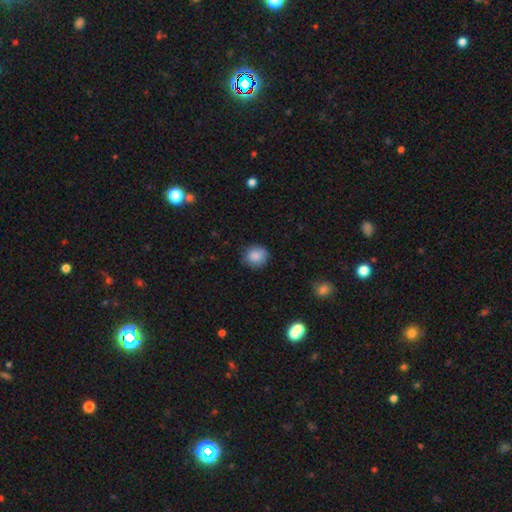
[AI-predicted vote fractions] smooth 87%, star or artifact 9%, featured or disk 5%. Down the decision tree: how rounded — round (85%); merging — none (83%).